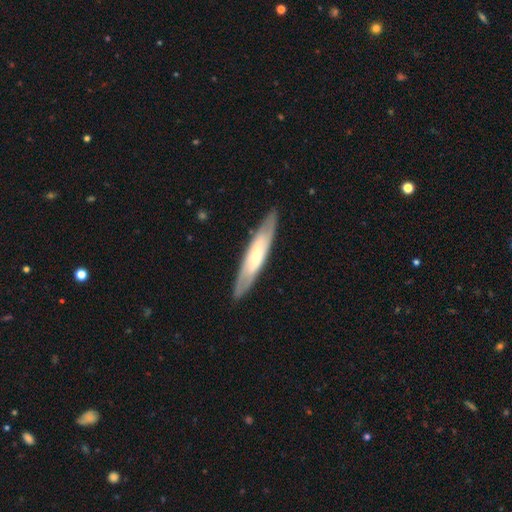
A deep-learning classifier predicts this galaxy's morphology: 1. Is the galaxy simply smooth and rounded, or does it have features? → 59% featured or disk, 36% smooth, 5% star or artifact.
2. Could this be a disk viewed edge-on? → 55% yes, 45% no.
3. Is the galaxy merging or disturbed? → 87% none, 10% minor disturbance, 2% major disturbance, 1% merger.